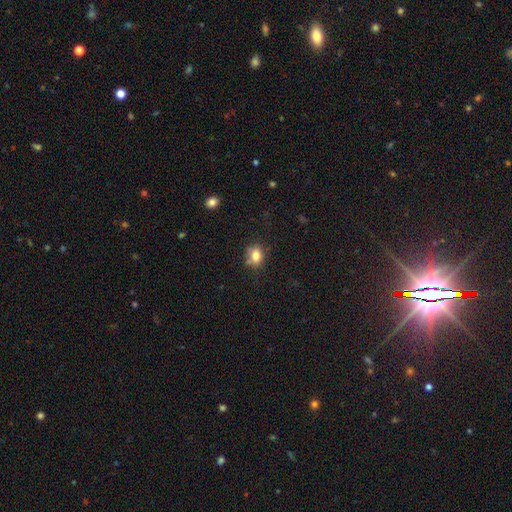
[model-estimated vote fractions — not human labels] The model was most divided on "how rounded": in between: 55%, round: 44%, cigar-shaped: 1%. More confident: smooth or featured — smooth (80%); merging — none (66%).